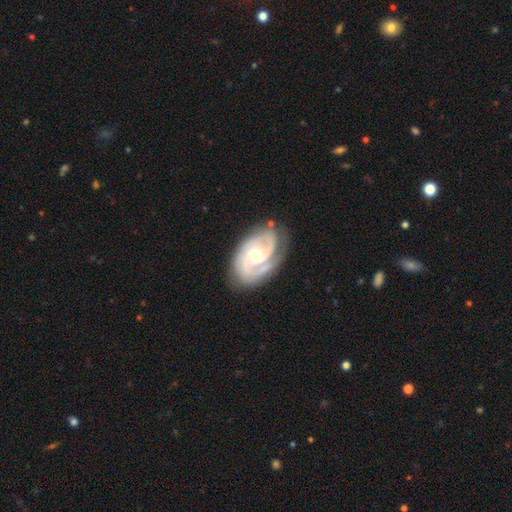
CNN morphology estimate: A featured or disk galaxy (90%) with no bar (49%), 2 (53%) tight (56%) spiral arms (98%) and a moderate central bulge (54%).

Vote fractions:
- Smooth or featured? featured or disk: 90% / smooth: 6% / star or artifact: 4%
- Edge-on disk? no: 97% / yes: 3%
- Bar? no: 49% / weak: 42% / strong: 9%
- Spiral arms? yes: 98% / no: 2%
- Spiral winding? tight: 56% / medium: 38% / loose: 6%
- Spiral arm count? 2: 53% / 3: 28% / can't tell: 9% / 1: 4% / 4: 3% / more than 4: 3%
- Bulge size? moderate: 54% / small: 40% / large: 4% / none: 2% / dominant: 1%
- Merging? none: 75% / minor disturbance: 17% / major disturbance: 6% / merger: 2%